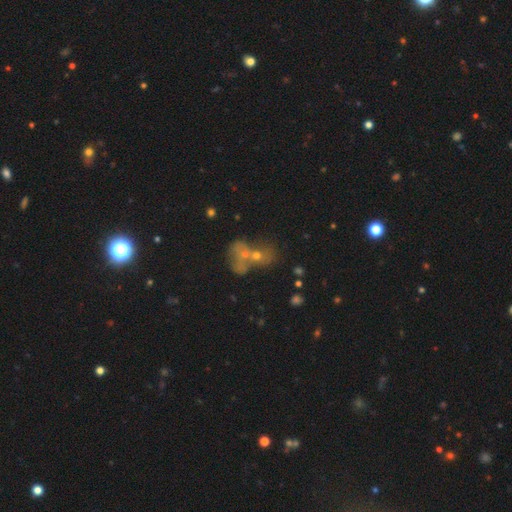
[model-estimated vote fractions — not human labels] A smooth galaxy with no disk features (41%).

Vote fractions:
- Smooth or featured? smooth: 41% / featured or disk: 31% / star or artifact: 28%
- Merging? merger: 61% / none: 23% / major disturbance: 9% / minor disturbance: 8%